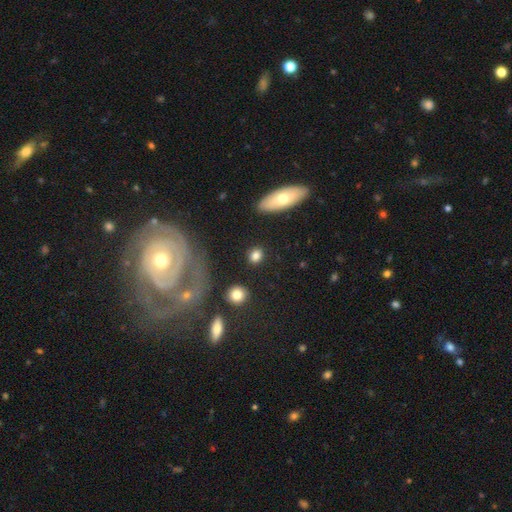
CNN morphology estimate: smooth_or_featured: smooth (p=0.82) [alt: star or artifact p=0.10]
how_rounded: round (p=0.67) [alt: in between p=0.30]
merging: none (p=0.85) [alt: minor disturbance p=0.09]